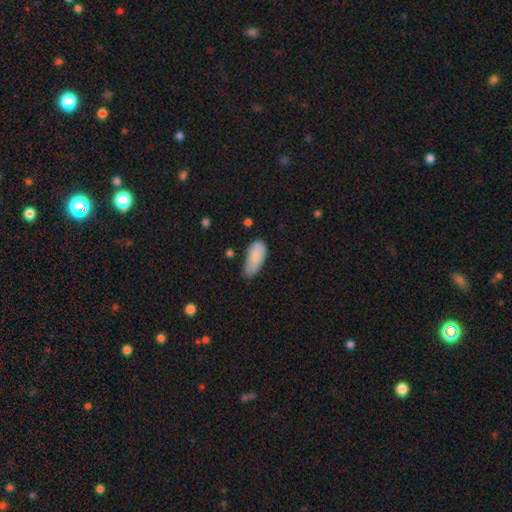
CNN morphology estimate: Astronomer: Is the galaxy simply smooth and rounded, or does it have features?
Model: smooth — 86%.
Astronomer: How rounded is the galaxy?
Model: in between — 87%.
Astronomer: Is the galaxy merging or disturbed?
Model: none — 47% (runner-up: minor disturbance, 41%).